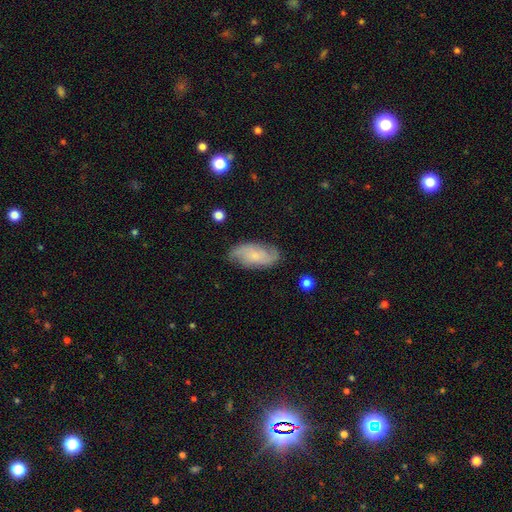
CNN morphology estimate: smooth_or_featured: featured or disk (p=0.58) [alt: smooth p=0.35]
disk_edge_on: no (p=0.94) [alt: yes p=0.06]
bar: no (p=0.70) [alt: weak p=0.26]
has_spiral_arms: yes (p=0.90) [alt: no p=0.10]
bulge_size: small (p=0.68) [alt: moderate p=0.17]
merging: none (p=0.75) [alt: minor disturbance p=0.19]